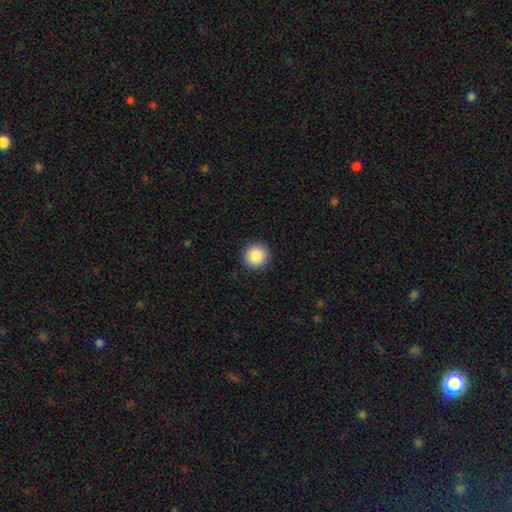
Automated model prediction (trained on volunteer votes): Overall: smooth (87%). How rounded: round (95%). Merging: none (92%).